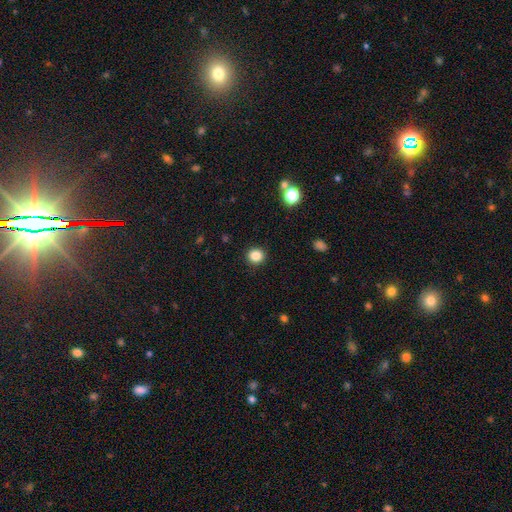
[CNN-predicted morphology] A smooth galaxy with no disk features (85%) that is round (92%).

Vote fractions:
- Smooth or featured? smooth: 85% / star or artifact: 12% / featured or disk: 4%
- How rounded? round: 92% / in between: 8% / cigar-shaped: 1%
- Merging? none: 92% / minor disturbance: 5% / major disturbance: 2% / merger: 1%